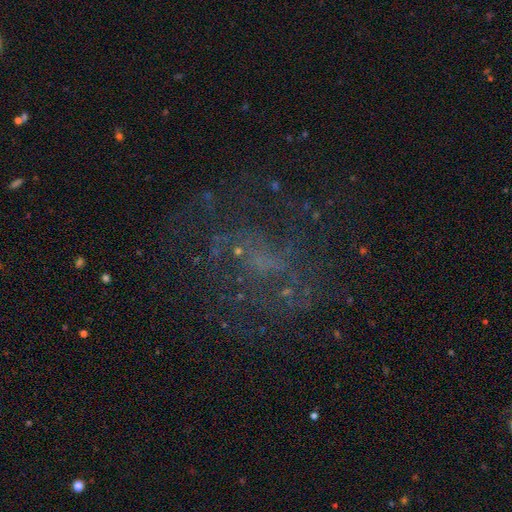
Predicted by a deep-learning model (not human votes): This is possibly a featured or disk galaxy (54%). It is clearly not viewed edge-on (97%). Bar: likely no (73%). Spiral arm pattern: possibly no (57%). Central bulge: possibly none (54%). Merging: possibly none (59%).